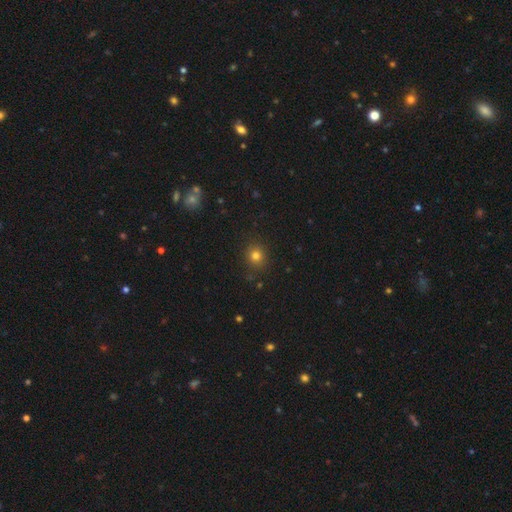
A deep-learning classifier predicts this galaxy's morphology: smooth-or-featured: smooth: 78% | star or artifact: 15% | featured or disk: 6%
  how-rounded: round: 85% | in between: 14% | cigar-shaped: 1%
  merging: none: 87% | minor disturbance: 8% | major disturbance: 3% | merger: 2%